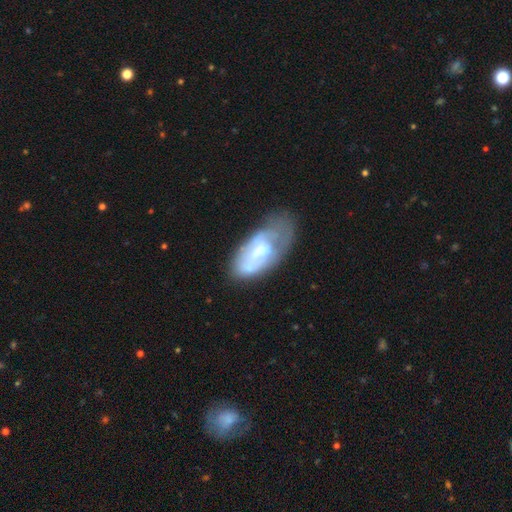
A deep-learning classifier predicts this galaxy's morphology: smooth_or_featured: featured or disk (p=0.54) [alt: smooth p=0.38]
disk_edge_on: no (p=0.91) [alt: yes p=0.09]
merging: none (p=0.40) [alt: minor disturbance p=0.32]